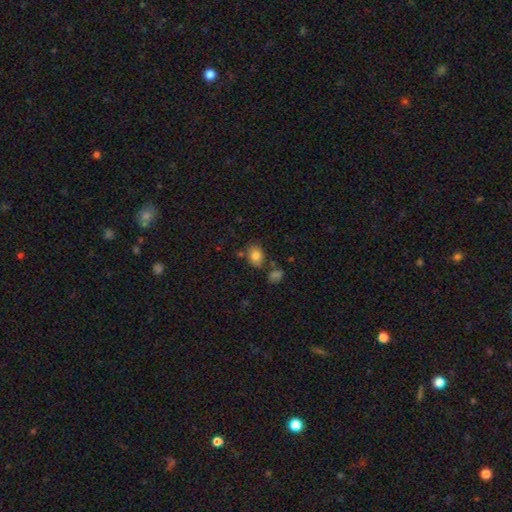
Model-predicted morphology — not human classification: This appears to be a smooth galaxy with no disk features (82%) that is in between round and cigar-shaped (69%). Merging: none (68%).